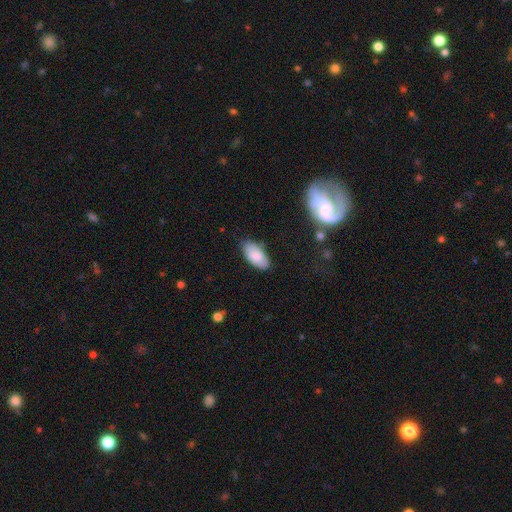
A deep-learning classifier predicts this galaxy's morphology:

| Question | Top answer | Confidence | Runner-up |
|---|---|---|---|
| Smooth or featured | smooth | 81% | featured or disk (12%) |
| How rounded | in between | 93% | cigar-shaped (4%) |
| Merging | none | 79% | minor disturbance (17%) |